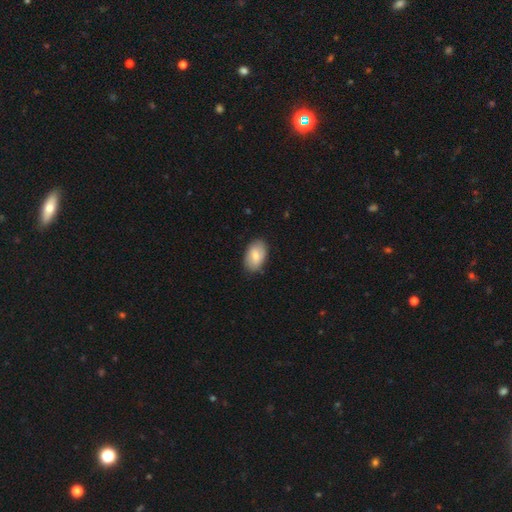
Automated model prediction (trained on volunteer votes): Smooth or featured: smooth — 75% (featured or disk — 19%)
How rounded: in between — 93% (round — 6%)
Merging: none — 83% (minor disturbance — 14%)